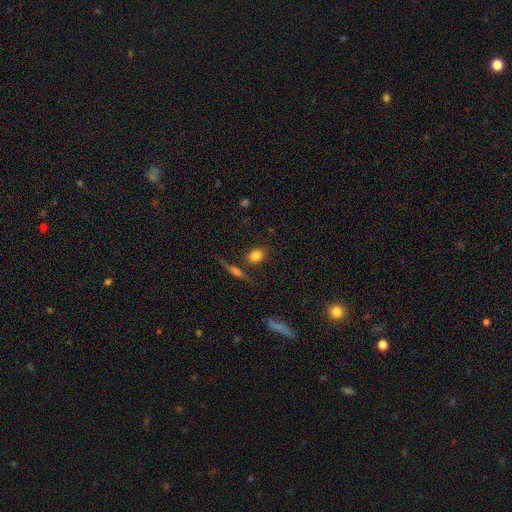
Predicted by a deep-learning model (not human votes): smooth-or-featured: smooth: 81% | star or artifact: 10% | featured or disk: 9%
  how-rounded: round: 51% | in between: 46% | cigar-shaped: 3%
  merging: none: 74% | minor disturbance: 11% | merger: 11% | major disturbance: 4%